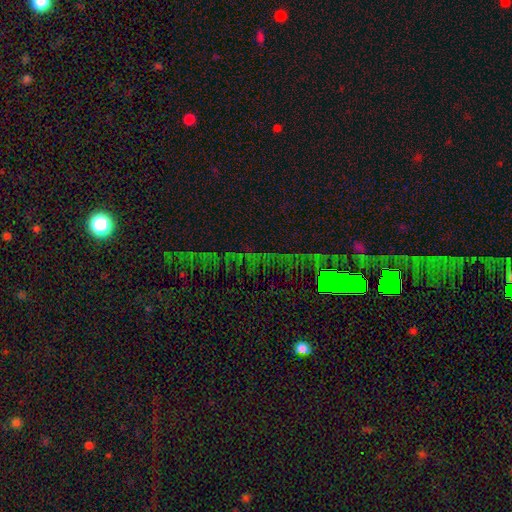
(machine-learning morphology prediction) Smooth or featured?
  - star or artifact: 77% *
  - featured or disk: 12%
  - smooth: 11%